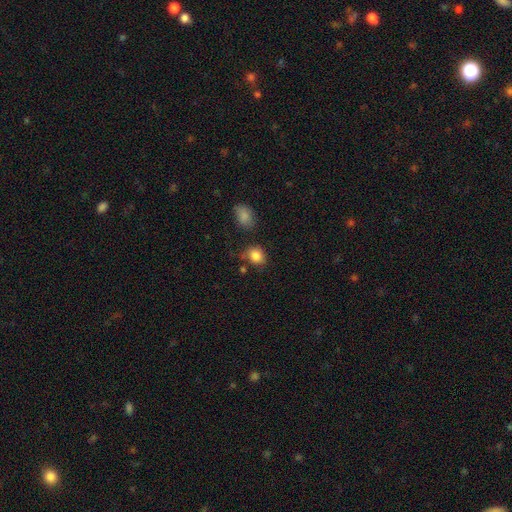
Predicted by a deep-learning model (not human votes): Smooth or featured? smooth (85%)
How rounded? round (51%)
Merging? none (63%)